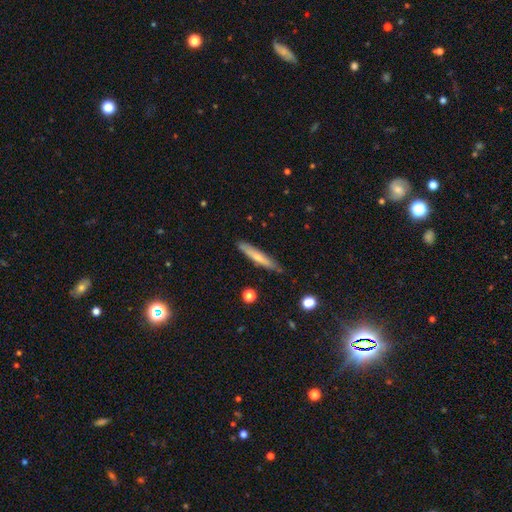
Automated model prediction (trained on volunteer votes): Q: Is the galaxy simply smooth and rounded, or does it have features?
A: smooth — 51%.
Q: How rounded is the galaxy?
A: cigar-shaped — 93%.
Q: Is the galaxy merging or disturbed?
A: none — 87%.